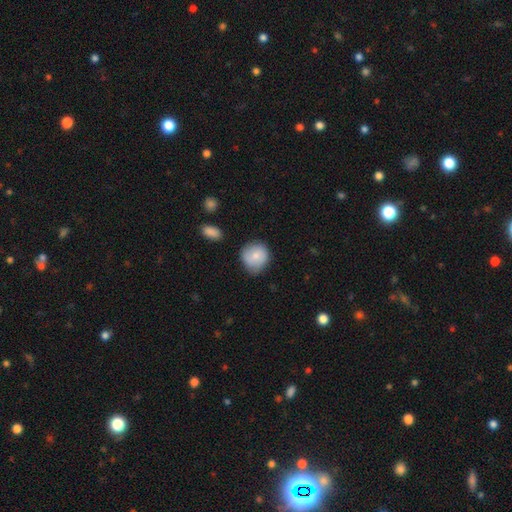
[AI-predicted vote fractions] A smooth galaxy with no disk features (76%) that is round (85%).

Vote fractions:
- Smooth or featured? smooth: 76% / featured or disk: 18% / star or artifact: 7%
- How rounded? round: 85% / in between: 14% / cigar-shaped: 1%
- Merging? none: 67% / minor disturbance: 25% / major disturbance: 5% / merger: 3%